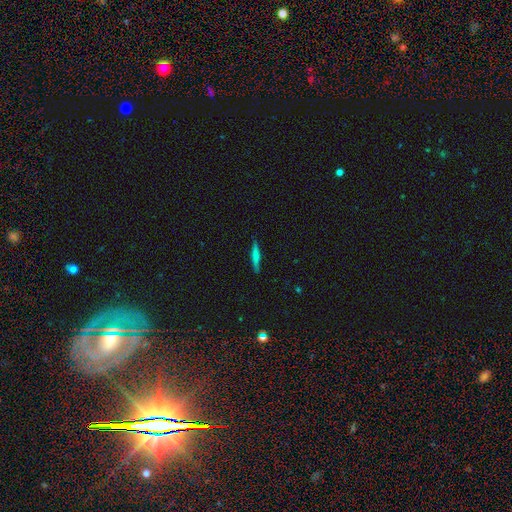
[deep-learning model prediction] Overall: featured or disk (49%; smooth 44%). Merging: none (89%).